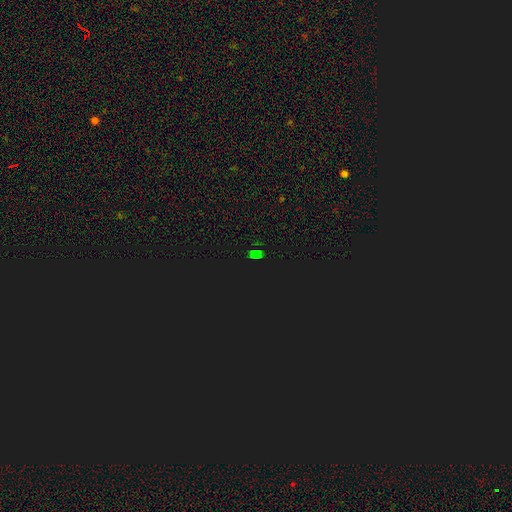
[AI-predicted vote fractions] star or artifact 72%, smooth 20%, featured or disk 8%.